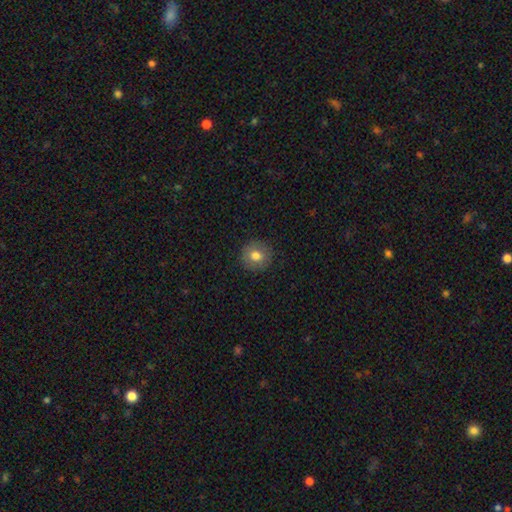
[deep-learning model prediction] Smooth or featured: smooth — 77% (featured or disk — 14%)
How rounded: round — 93% (in between — 6%)
Merging: none — 90% (minor disturbance — 7%)